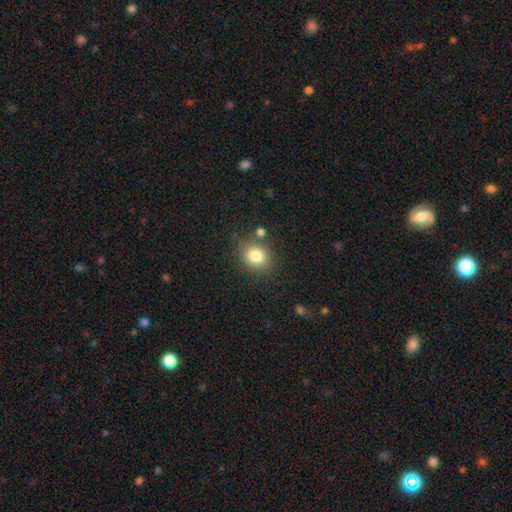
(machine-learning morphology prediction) A smooth galaxy with no disk features (80%) that is round (64%).

Vote fractions:
- Smooth or featured? smooth: 80% / star or artifact: 11% / featured or disk: 8%
- How rounded? round: 64% / in between: 35% / cigar-shaped: 1%
- Merging? none: 79% / minor disturbance: 11% / merger: 6% / major disturbance: 4%